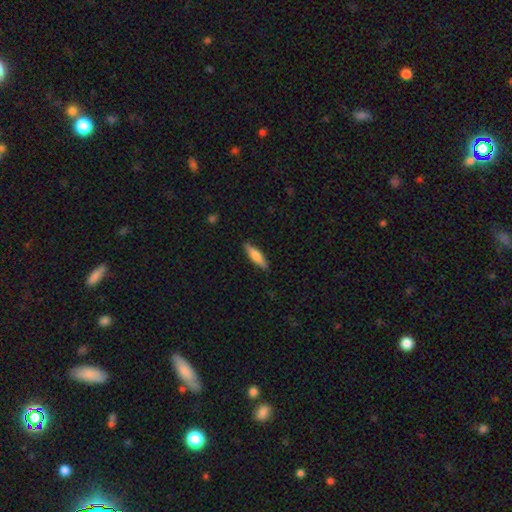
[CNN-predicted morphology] smooth-or-featured: smooth: 70% | featured or disk: 25% | star or artifact: 6%
  how-rounded: cigar-shaped: 71% | in between: 28% | round: 2%
  merging: none: 87% | minor disturbance: 10% | major disturbance: 2% | merger: 1%